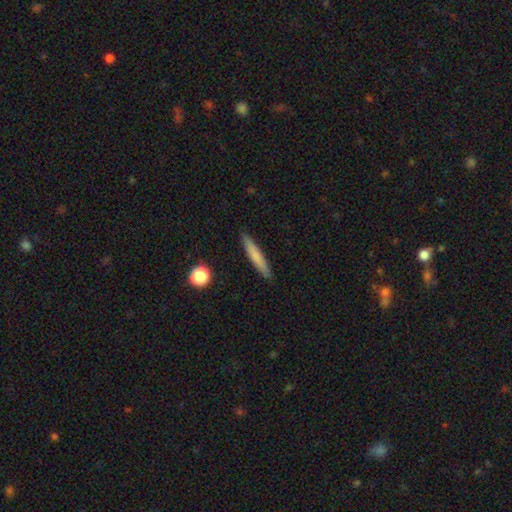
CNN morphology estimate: Q: Smooth or featured?
A: smooth (72%); runner-up: featured or disk (21%)
Q: How rounded?
A: cigar-shaped (93%); runner-up: in between (5%)
Q: Merging?
A: none (90%); runner-up: minor disturbance (7%)